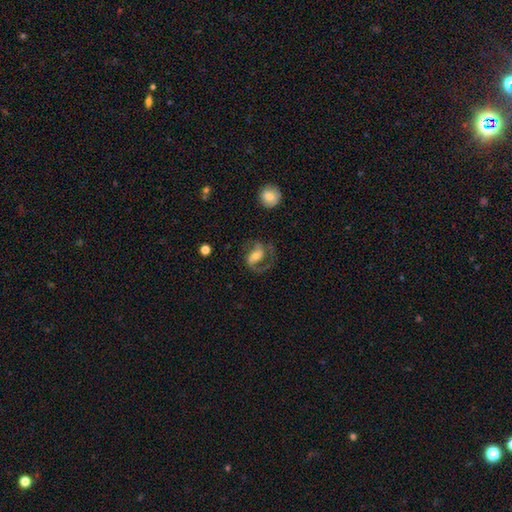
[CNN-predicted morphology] type=featured or disk (77%); edge-on=no (97%); bar=weak (37%); spiral arms=yes (91%); winding=medium (52%); arm count=2 (80%); bulge=moderate (59%); merging=none (59%).